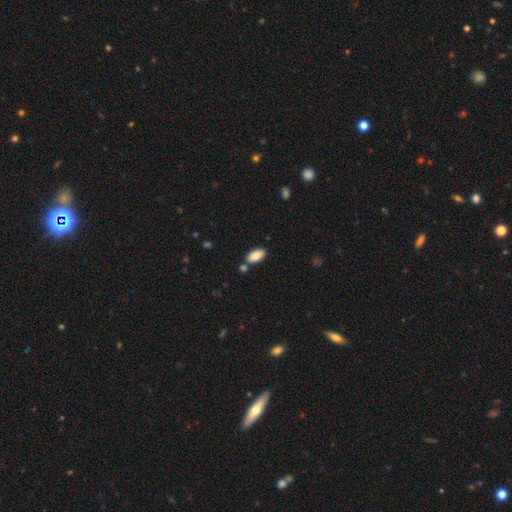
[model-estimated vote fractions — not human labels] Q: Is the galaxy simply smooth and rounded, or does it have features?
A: smooth — 88%.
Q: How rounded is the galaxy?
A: in between — 93%.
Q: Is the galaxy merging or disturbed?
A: none — 77%.